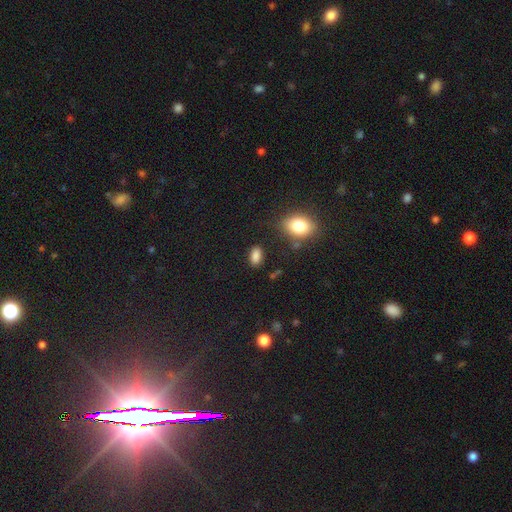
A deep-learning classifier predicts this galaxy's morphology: The model was most divided on "merging": none: 83%, minor disturbance: 11%, major disturbance: 3%, merger: 3%. More confident: how rounded — in between (89%); smooth or featured — smooth (85%).